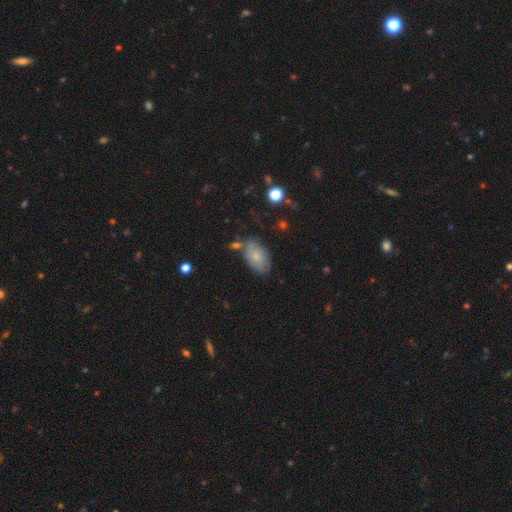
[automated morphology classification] This appears to be a smooth galaxy with no disk features (73%) that is in between round and cigar-shaped (92%). Merging: none (64%).